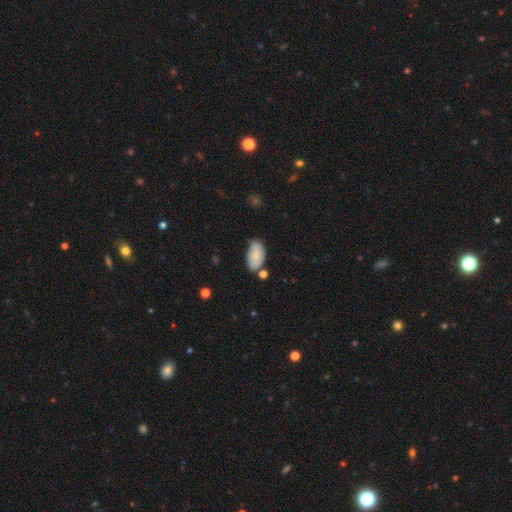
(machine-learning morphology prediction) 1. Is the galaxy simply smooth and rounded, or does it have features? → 81% smooth, 12% featured or disk, 7% star or artifact.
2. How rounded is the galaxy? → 95% in between, 3% round, 2% cigar-shaped.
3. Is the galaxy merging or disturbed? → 63% none, 24% minor disturbance, 8% merger, 5% major disturbance.